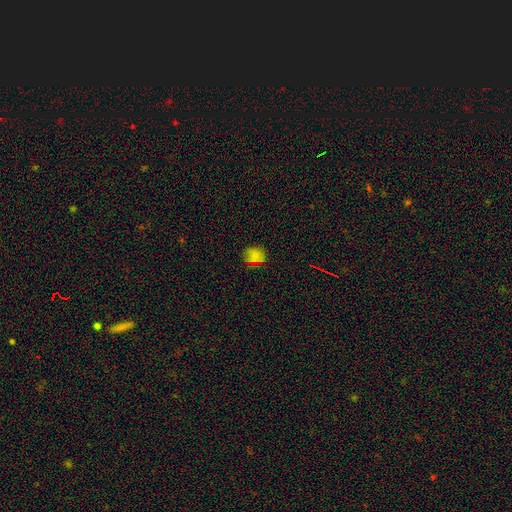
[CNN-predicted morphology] Smooth or featured?
  - smooth: 69% *
  - star or artifact: 20%
  - featured or disk: 11%
How rounded?
  - round: 66% *
  - in between: 33%
  - cigar-shaped: 1%
Merging?
  - none: 74% *
  - minor disturbance: 19%
  - major disturbance: 6%
  - merger: 1%